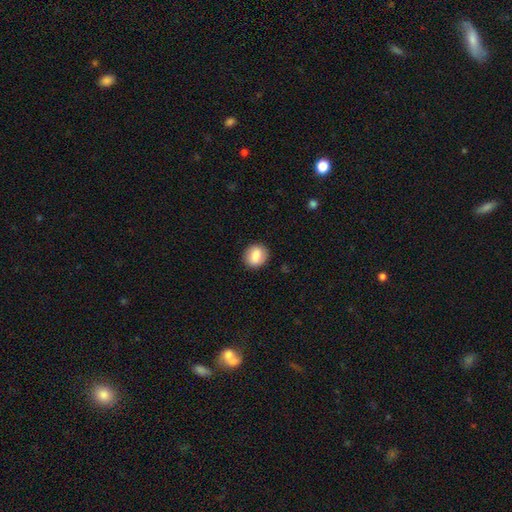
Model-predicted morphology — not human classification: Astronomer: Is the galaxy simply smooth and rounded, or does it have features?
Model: smooth — 82%.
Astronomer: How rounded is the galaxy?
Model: round — 71%.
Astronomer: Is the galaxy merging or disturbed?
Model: none — 88%.